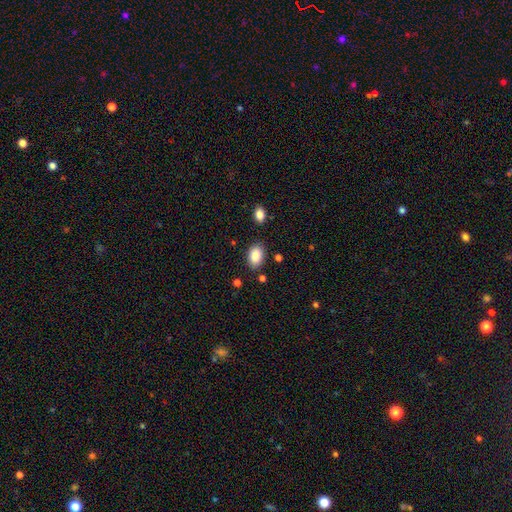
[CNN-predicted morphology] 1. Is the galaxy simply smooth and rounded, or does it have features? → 86% smooth, 8% star or artifact, 7% featured or disk.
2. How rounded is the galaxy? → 87% in between, 11% round, 1% cigar-shaped.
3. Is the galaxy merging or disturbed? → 83% none, 11% minor disturbance, 3% merger, 3% major disturbance.